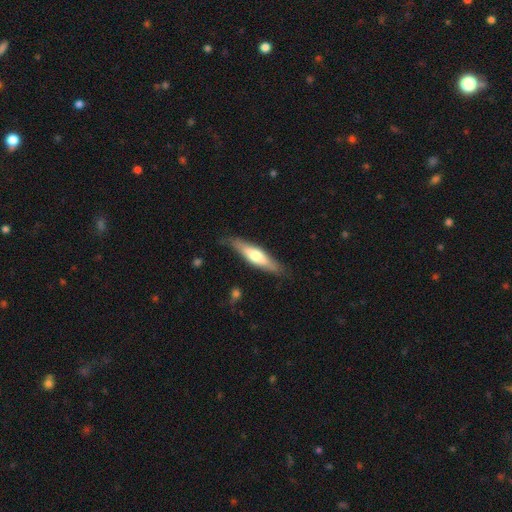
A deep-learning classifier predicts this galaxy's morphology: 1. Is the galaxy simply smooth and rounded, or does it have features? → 49% smooth, 46% featured or disk, 5% star or artifact.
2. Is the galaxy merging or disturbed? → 80% none, 15% minor disturbance, 3% major disturbance, 1% merger.